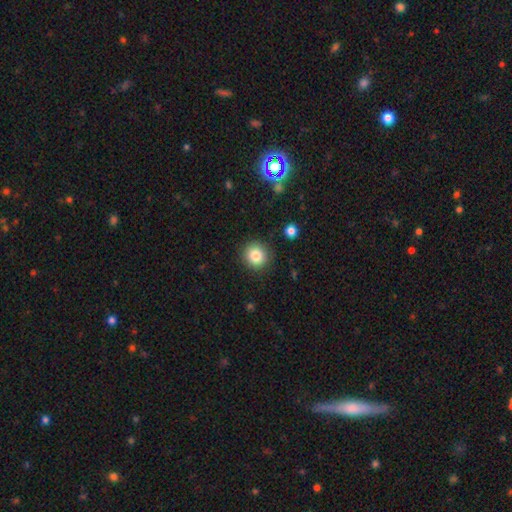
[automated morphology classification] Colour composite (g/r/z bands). It shows a smooth galaxy with no disk features (84%) that is round (90%). Merging: none (89%).